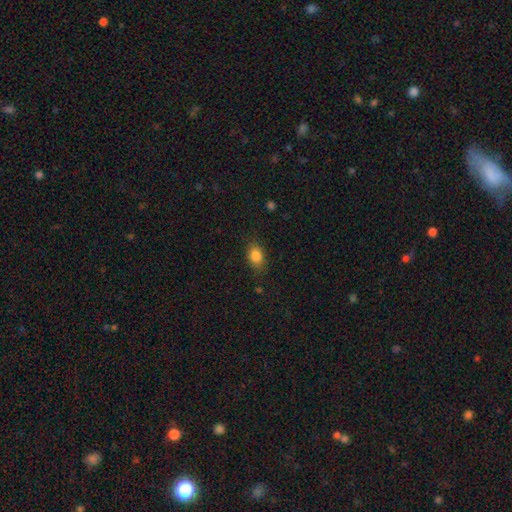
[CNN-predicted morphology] A smooth galaxy with no disk features (85%) that is in between round and cigar-shaped (75%).

Vote fractions:
- Smooth or featured? smooth: 85% / star or artifact: 10% / featured or disk: 6%
- How rounded? in between: 75% / round: 23% / cigar-shaped: 2%
- Merging? none: 83% / minor disturbance: 13% / major disturbance: 3% / merger: 1%